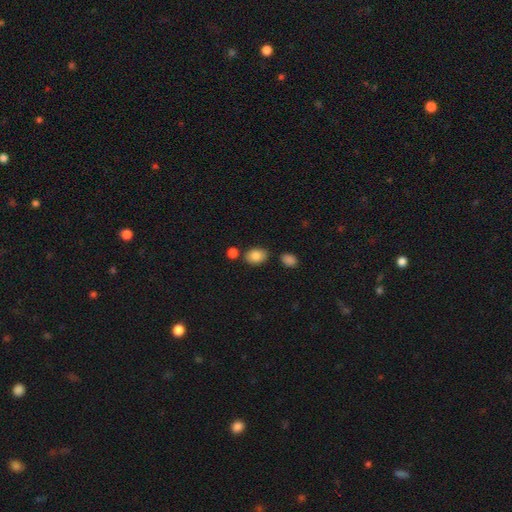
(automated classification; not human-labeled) smooth_or_featured: smooth (p=0.86) [alt: star or artifact p=0.08]
how_rounded: in between (p=0.76) [alt: round p=0.23]
merging: none (p=0.73) [alt: minor disturbance p=0.14]